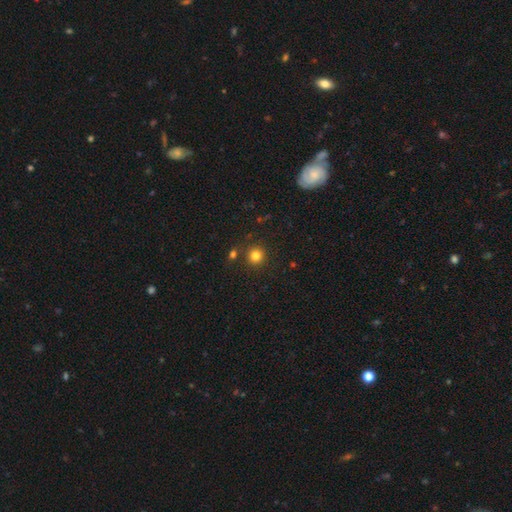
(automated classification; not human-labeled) Morphology: type=smooth (80%); roundness=round (93%); merging=none (86%).